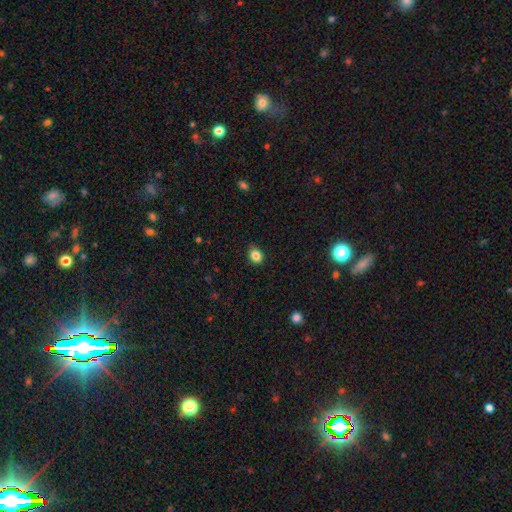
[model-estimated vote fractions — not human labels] This appears to be a smooth galaxy with no disk features (84%) that is round (55%). Merging: none (85%).